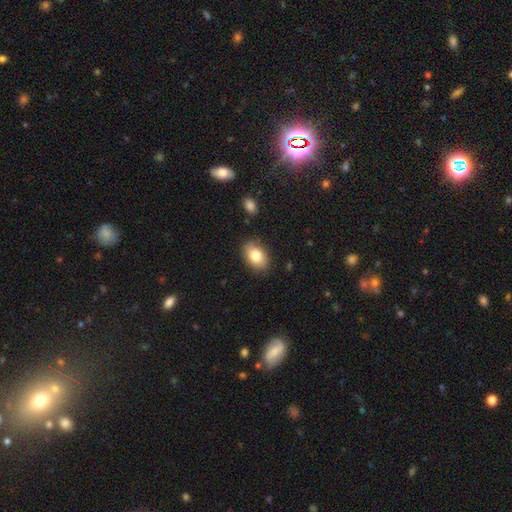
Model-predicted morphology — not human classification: Smooth or featured? smooth (82%)
How rounded? in between (87%)
Merging? none (85%)